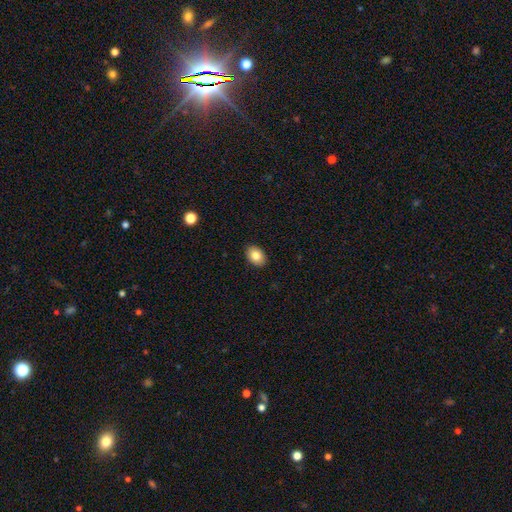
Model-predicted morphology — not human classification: Smooth or featured: smooth — 83% (featured or disk — 9%)
How rounded: in between — 80% (round — 19%)
Merging: none — 90% (minor disturbance — 7%)